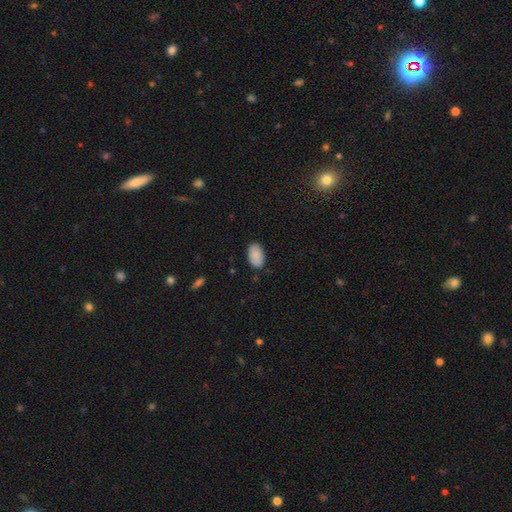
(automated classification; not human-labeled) Smooth or featured? smooth (89%)
How rounded? in between (94%)
Merging? none (84%)